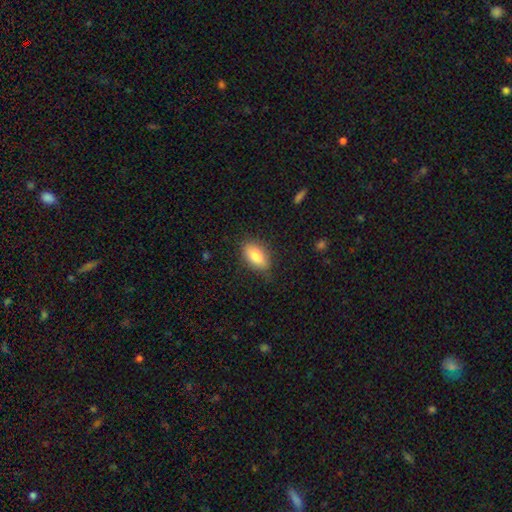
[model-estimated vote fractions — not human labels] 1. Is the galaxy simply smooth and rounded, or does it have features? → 82% smooth, 11% featured or disk, 7% star or artifact.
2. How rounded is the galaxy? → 90% in between, 6% round, 4% cigar-shaped.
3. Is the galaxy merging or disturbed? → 82% none, 13% minor disturbance, 3% major disturbance, 1% merger.